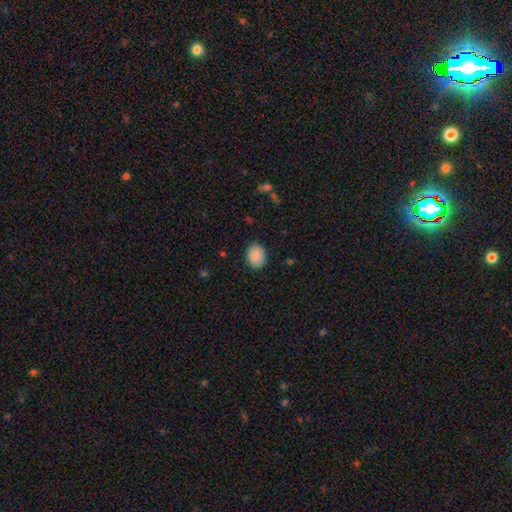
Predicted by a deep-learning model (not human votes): smooth_or_featured: smooth (p=0.88) [alt: star or artifact p=0.08]
how_rounded: in between (p=0.53) [alt: round p=0.47]
merging: none (p=0.88) [alt: minor disturbance p=0.09]